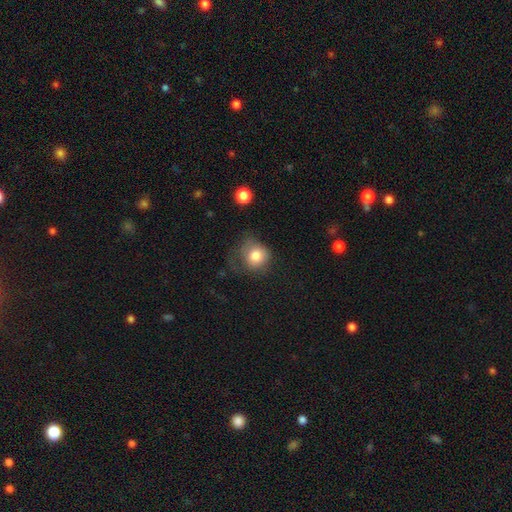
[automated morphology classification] Q: Smooth or featured?
A: smooth (80%); runner-up: featured or disk (11%)
Q: How rounded?
A: round (80%); runner-up: in between (19%)
Q: Merging?
A: none (43%); runner-up: minor disturbance (30%)